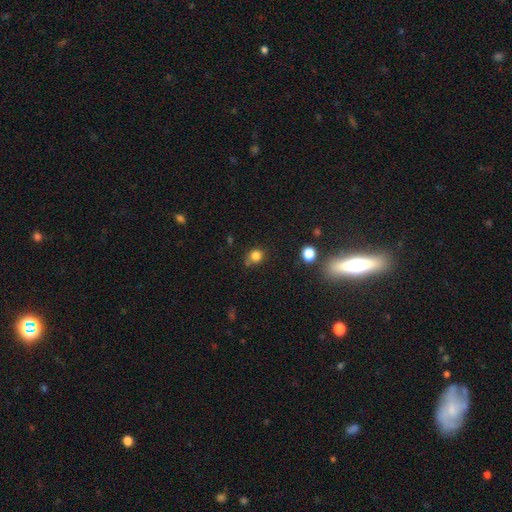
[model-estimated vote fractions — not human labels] Morphology: type=smooth (81%); roundness=round (75%); merging=none (61%).